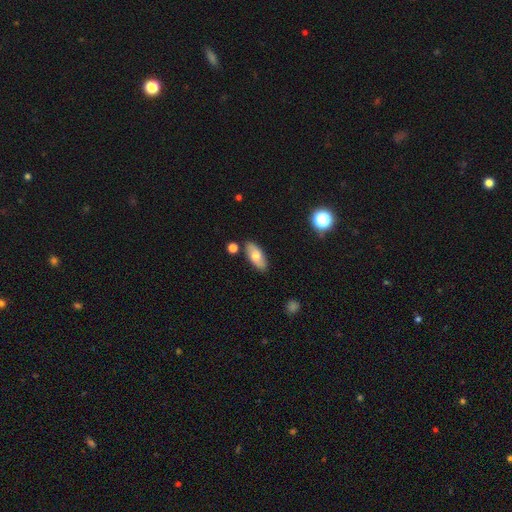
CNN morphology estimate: This appears to be a smooth galaxy with no disk features (66%) that is in between round and cigar-shaped (85%). Merging: none (82%).